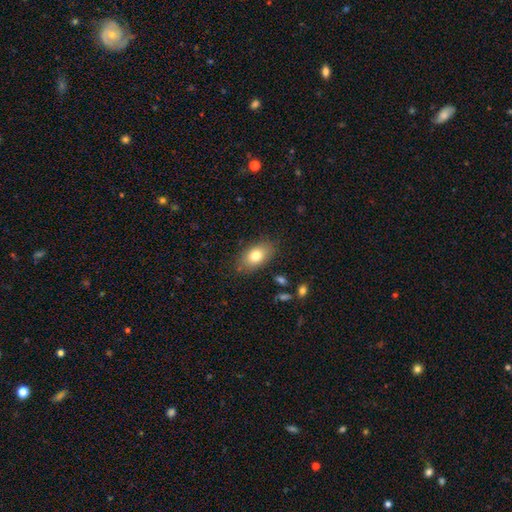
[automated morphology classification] smooth_or_featured: smooth (p=0.79) [alt: featured or disk p=0.13]
how_rounded: in between (p=0.89) [alt: round p=0.09]
merging: none (p=0.82) [alt: minor disturbance p=0.13]